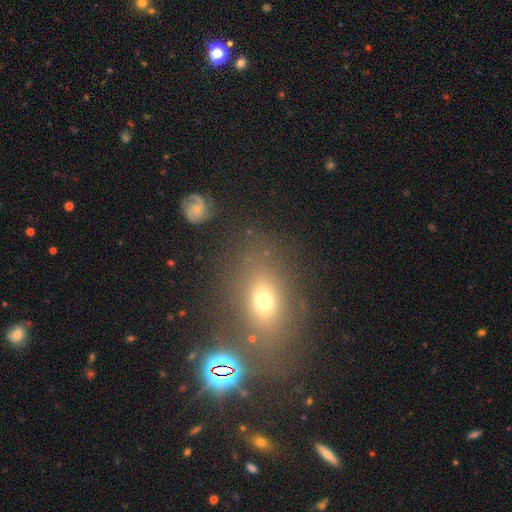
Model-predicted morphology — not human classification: smooth-or-featured: smooth: 50% | star or artifact: 30% | featured or disk: 20%
  how-rounded: in between: 71% | round: 23% | cigar-shaped: 6%
  merging: none: 74% | minor disturbance: 12% | merger: 7% | major disturbance: 6%